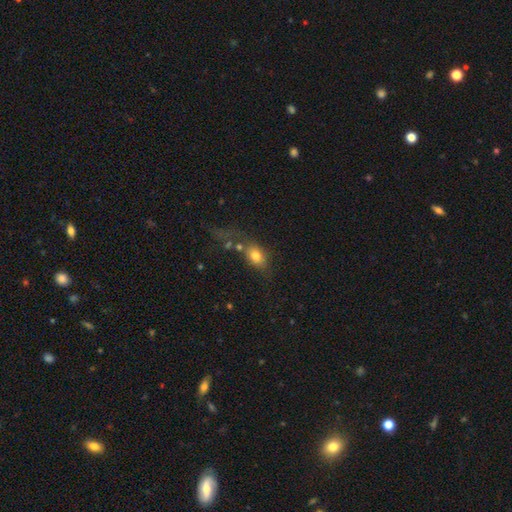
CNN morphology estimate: Overall: smooth (76%). How rounded: in between (69%). Merging: none (46%; major disturbance 19%).